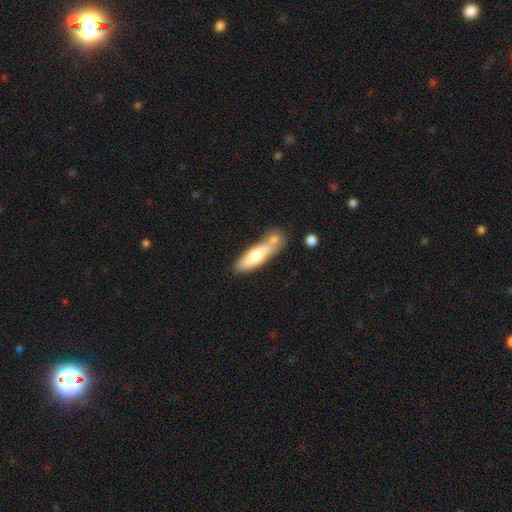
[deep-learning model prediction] Smooth or featured?
  - smooth: 64% *
  - featured or disk: 31%
  - star or artifact: 6%
How rounded?
  - cigar-shaped: 64% *
  - in between: 34%
  - round: 2%
Merging?
  - none: 49% *
  - merger: 30%
  - minor disturbance: 17%
  - major disturbance: 5%